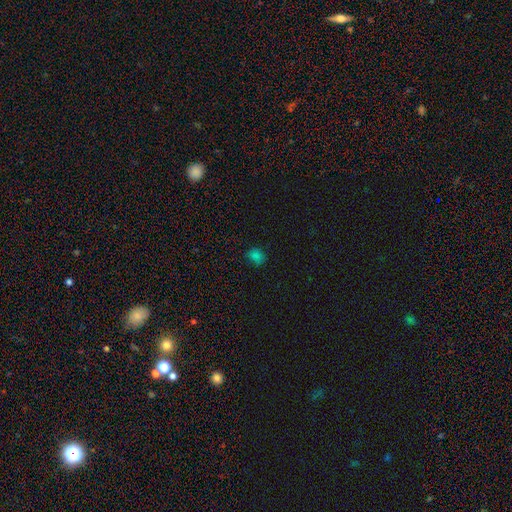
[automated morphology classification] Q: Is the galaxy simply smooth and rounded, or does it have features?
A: smooth — 74%.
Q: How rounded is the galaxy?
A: round — 54%.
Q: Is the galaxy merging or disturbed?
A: none — 76%.